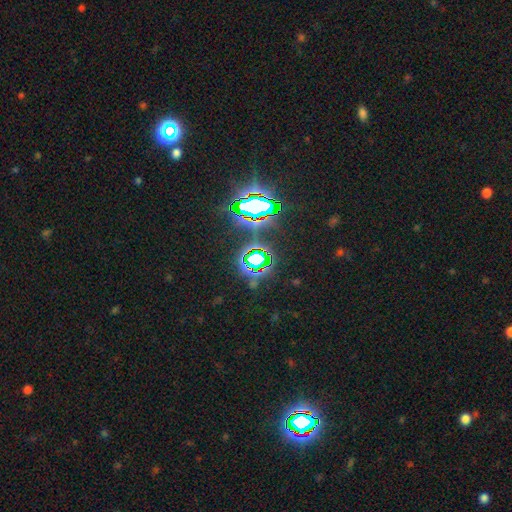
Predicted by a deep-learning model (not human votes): smooth-or-featured: star or artifact: 76% | smooth: 14% | featured or disk: 10%